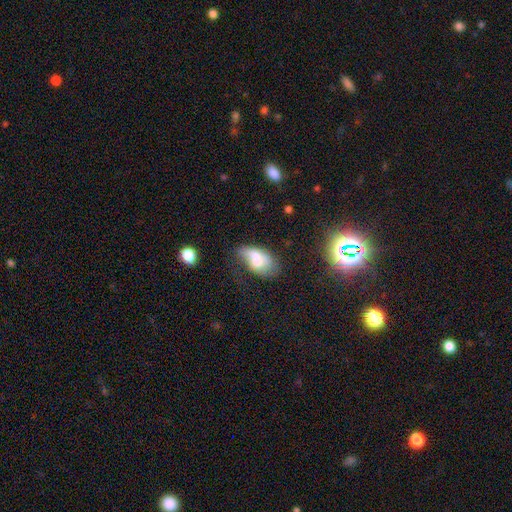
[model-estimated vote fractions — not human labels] Smooth or featured?
  - smooth: 60% *
  - featured or disk: 30%
  - star or artifact: 10%
How rounded?
  - in between: 89% *
  - round: 8%
  - cigar-shaped: 3%
Merging?
  - none: 27% * (tied)
  - minor disturbance: 27% * (tied)
  - major disturbance: 24%
  - merger: 23%